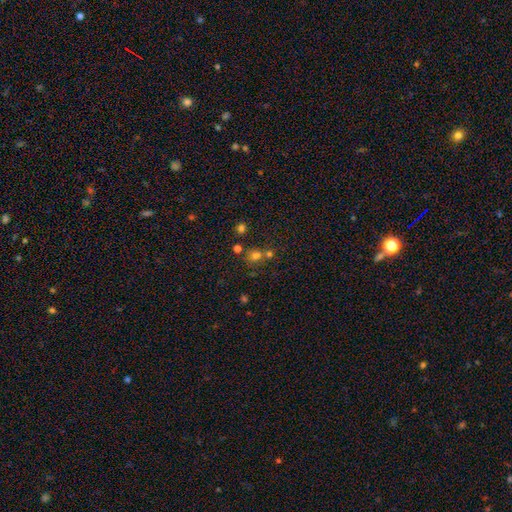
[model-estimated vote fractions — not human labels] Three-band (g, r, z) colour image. It shows a smooth galaxy with no disk features (64%) that is round (71%). Merging: none (51%).